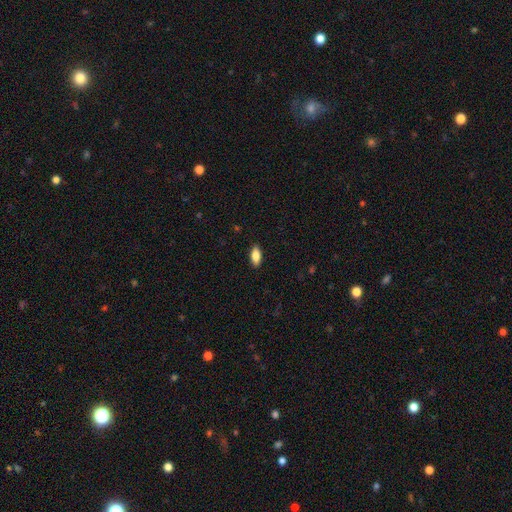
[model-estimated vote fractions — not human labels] This appears to be a smooth galaxy with no disk features (83%) that is in between round and cigar-shaped (84%). Merging: none (89%).